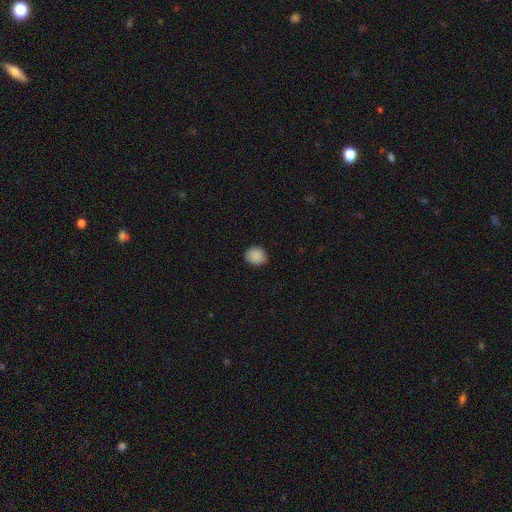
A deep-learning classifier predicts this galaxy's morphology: Smooth or featured? Predicted: smooth (p=0.89). How rounded? Predicted: round (p=0.75). Merging? Predicted: none (p=0.85).